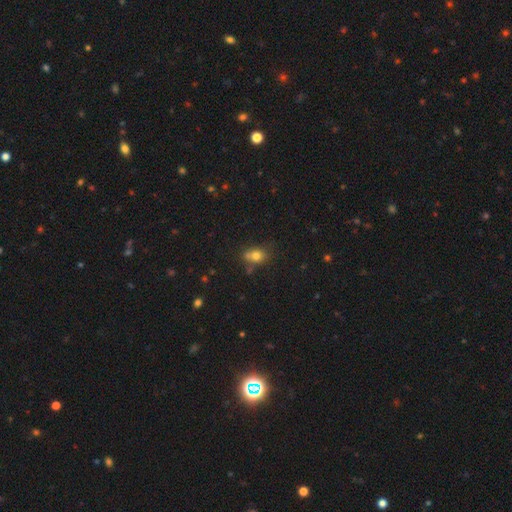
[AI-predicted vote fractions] Smooth or featured? smooth (75%)
How rounded? in between (51%)
Merging? none (52%)